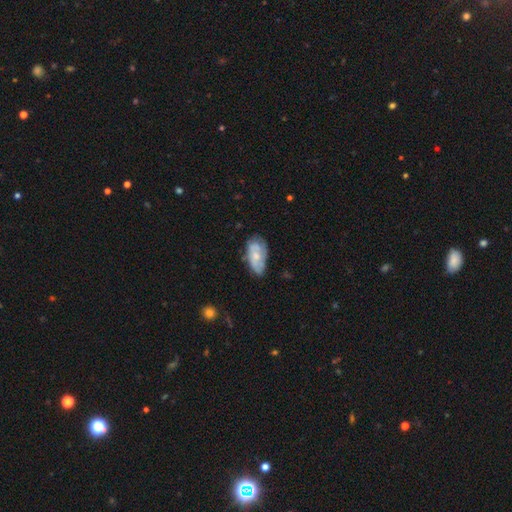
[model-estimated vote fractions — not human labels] Smooth or featured?
  - featured or disk: 52% *
  - smooth: 42%
  - star or artifact: 7%
Edge-on disk?
  - no: 93% *
  - yes: 7%
Merging?
  - none: 58% *
  - minor disturbance: 30%
  - major disturbance: 10%
  - merger: 2%